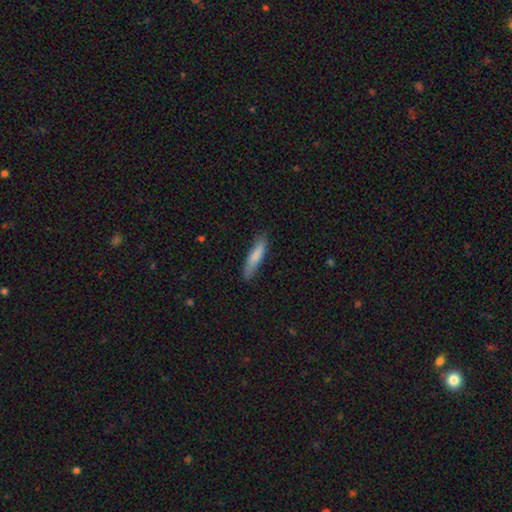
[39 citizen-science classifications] This is likely a smooth galaxy (79%). How rounded: clearly cigar-shaped (94%). Merging: clearly none (87%).